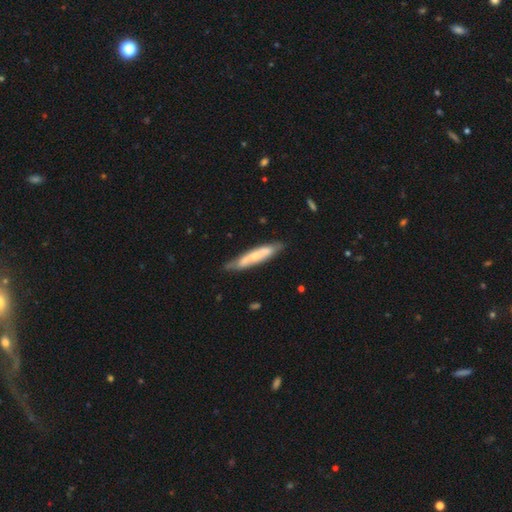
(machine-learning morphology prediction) A featured or disk galaxy (53%) viewed edge-on (65%).

Vote fractions:
- Smooth or featured? featured or disk: 53% / smooth: 42% / star or artifact: 6%
- Edge-on disk? yes: 65% / no: 35%
- Merging? none: 72% / minor disturbance: 20% / major disturbance: 4% / merger: 4%